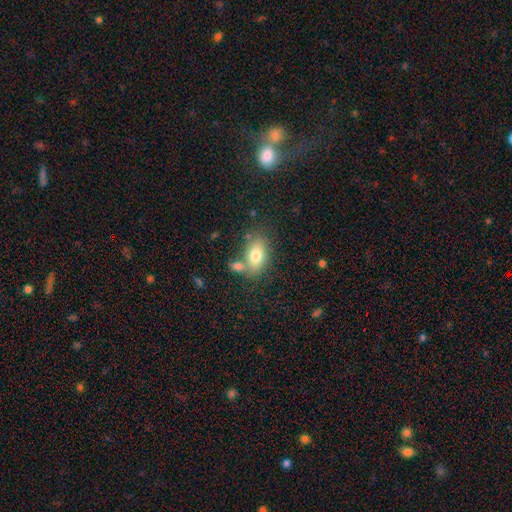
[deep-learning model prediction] A smooth galaxy with no disk features (78%) that is in between round and cigar-shaped (87%). Merging: none (57%).